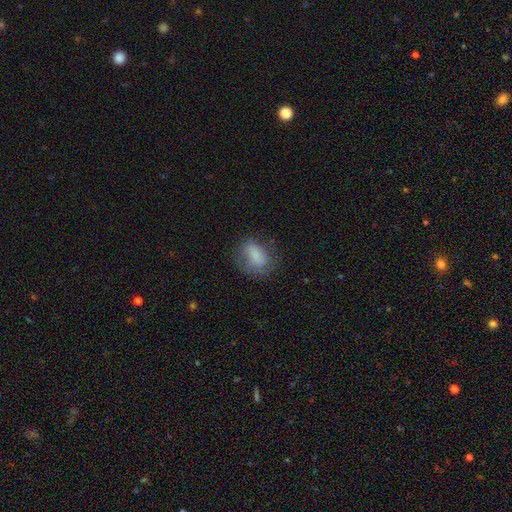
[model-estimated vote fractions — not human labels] smooth_or_featured: smooth (p=0.75) [alt: featured or disk p=0.17]
how_rounded: in between (p=0.77) [alt: round p=0.20]
merging: none (p=0.59) [alt: minor disturbance p=0.25]